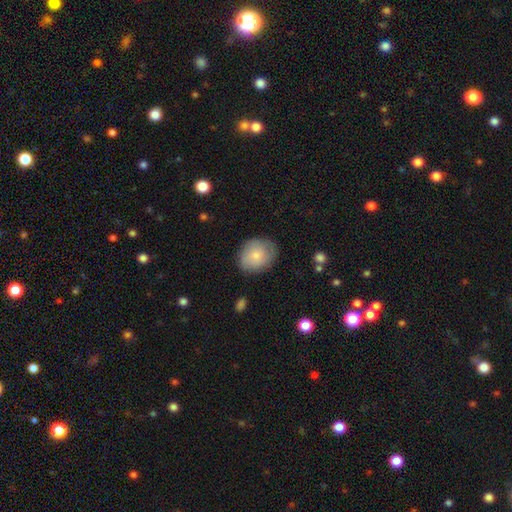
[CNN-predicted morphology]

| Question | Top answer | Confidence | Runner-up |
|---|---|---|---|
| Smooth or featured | smooth | 74% | featured or disk (19%) |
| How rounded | round | 53% | in between (46%) |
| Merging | none | 74% | minor disturbance (20%) |